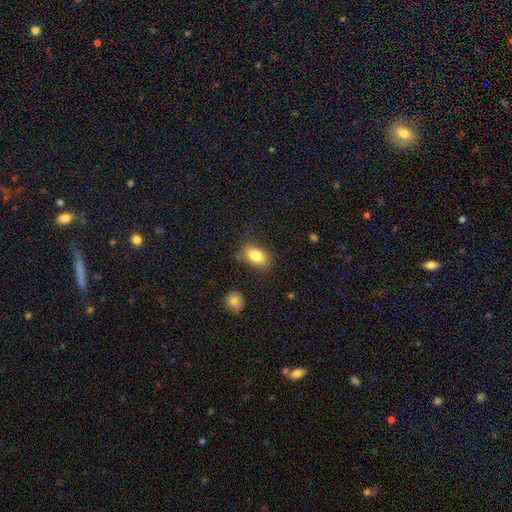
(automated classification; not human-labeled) This appears to be a smooth galaxy with no disk features (82%) that is in between round and cigar-shaped (88%). Merging: none (75%).